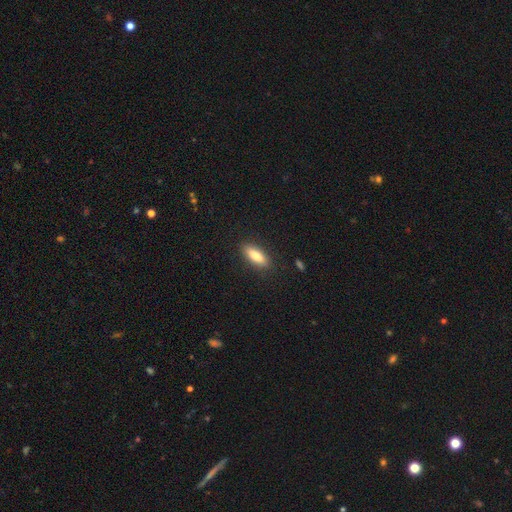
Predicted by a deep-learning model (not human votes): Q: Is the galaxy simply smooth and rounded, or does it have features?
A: smooth — 81%.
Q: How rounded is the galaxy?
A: in between — 60%.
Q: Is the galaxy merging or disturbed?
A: none — 88%.